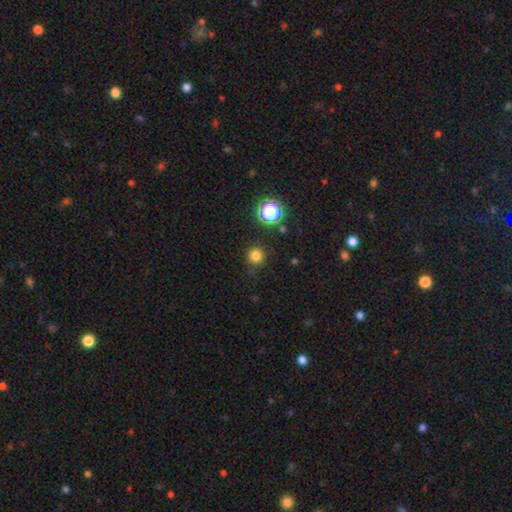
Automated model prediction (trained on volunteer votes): smooth-or-featured: smooth: 78% | star or artifact: 18% | featured or disk: 4%
  how-rounded: round: 95% | in between: 4% | cigar-shaped: 1%
  merging: none: 88% | minor disturbance: 8% | major disturbance: 3% | merger: 2%